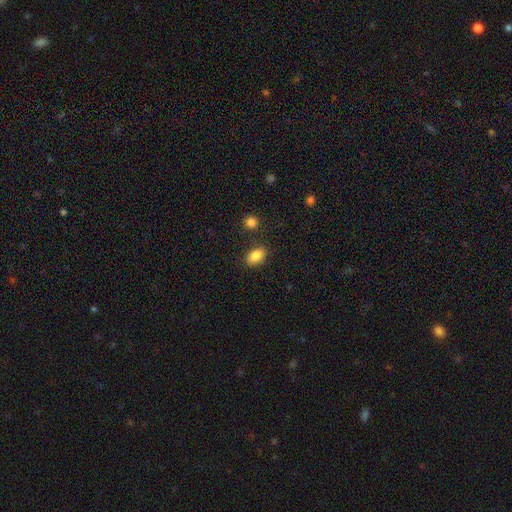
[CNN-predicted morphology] type=smooth (86%); roundness=in between (88%); merging=none (83%).